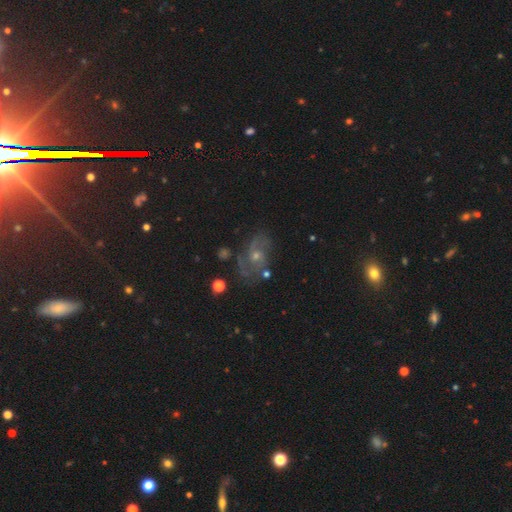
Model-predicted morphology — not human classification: Q: Smooth or featured?
A: featured or disk (69%); runner-up: smooth (16%)
Q: Edge-on disk?
A: no (96%); runner-up: yes (4%)
Q: Bar?
A: no (69%); runner-up: weak (27%)
Q: Spiral arms?
A: yes (86%); runner-up: no (14%)
Q: Spiral winding?
A: medium (48%); runner-up: tight (26%)
Q: Spiral arm count?
A: 2 (55%); runner-up: can't tell (24%)
Q: Bulge size?
A: small (51%); runner-up: moderate (42%)
Q: Merging?
A: none (61%); runner-up: minor disturbance (20%)